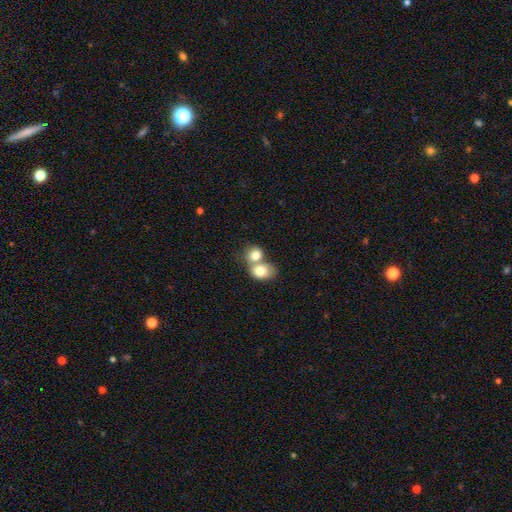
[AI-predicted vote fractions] smooth_or_featured: smooth (p=0.78) [alt: featured or disk p=0.14]
how_rounded: round (p=0.54) [alt: in between p=0.45]
merging: merger (p=0.70) [alt: none p=0.22]